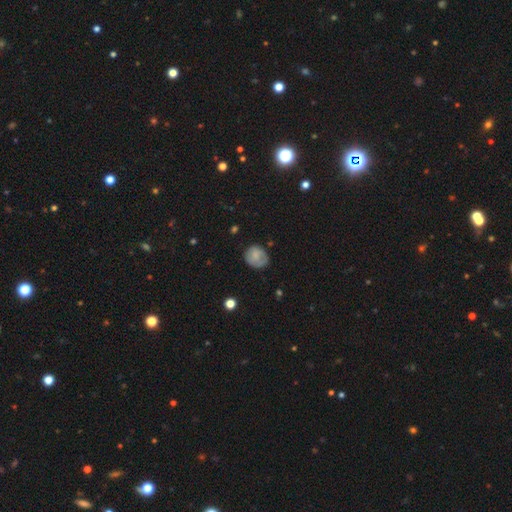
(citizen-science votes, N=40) Q: Smooth or featured?
A: smooth (70%); runner-up: featured or disk (25%)
Q: How rounded?
A: round (68%); runner-up: in between (32%)
Q: Merging?
A: none (76%); runner-up: minor disturbance (21%)